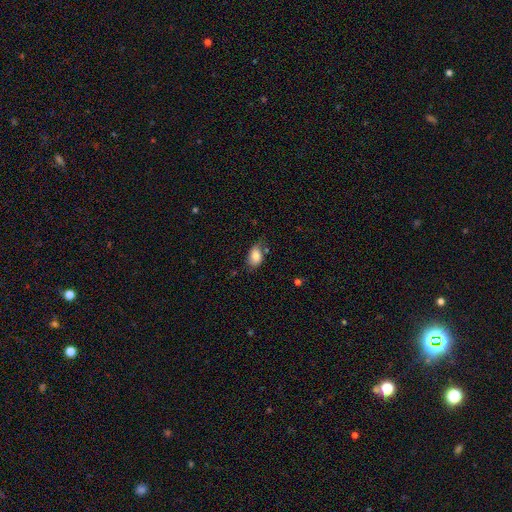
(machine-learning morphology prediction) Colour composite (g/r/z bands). It shows a smooth galaxy with no disk features (82%) that is in between round and cigar-shaped (87%). Merging: none (61%).